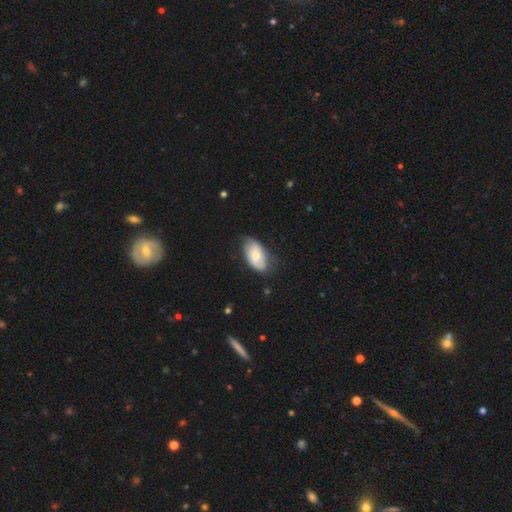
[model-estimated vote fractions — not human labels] A smooth galaxy with no disk features (55%) that is in between round and cigar-shaped (93%).

Vote fractions:
- Smooth or featured? smooth: 55% / featured or disk: 39% / star or artifact: 6%
- How rounded? in between: 93% / round: 4% / cigar-shaped: 2%
- Merging? none: 61% / minor disturbance: 31% / major disturbance: 7% / merger: 2%